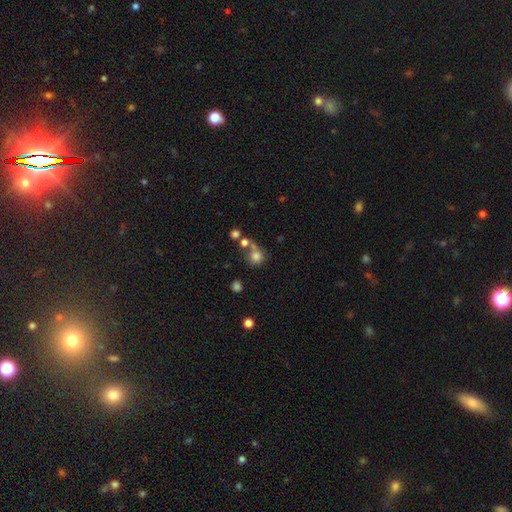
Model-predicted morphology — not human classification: A smooth galaxy with no disk features (76%) that is round (84%). Merging: none (46%).